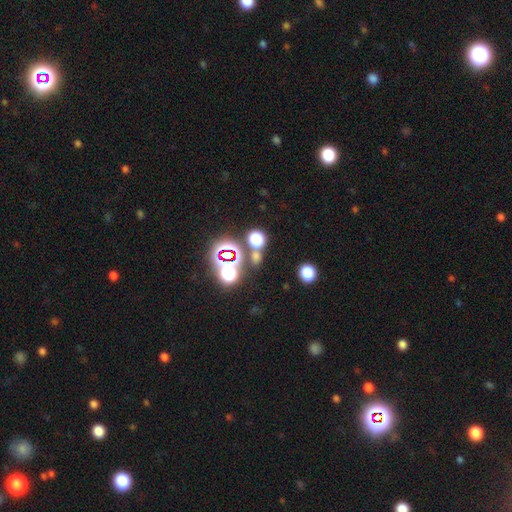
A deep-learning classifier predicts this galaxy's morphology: This appears to be a smooth galaxy with no disk features (50%) that is round (72%). Merging: none (68%).